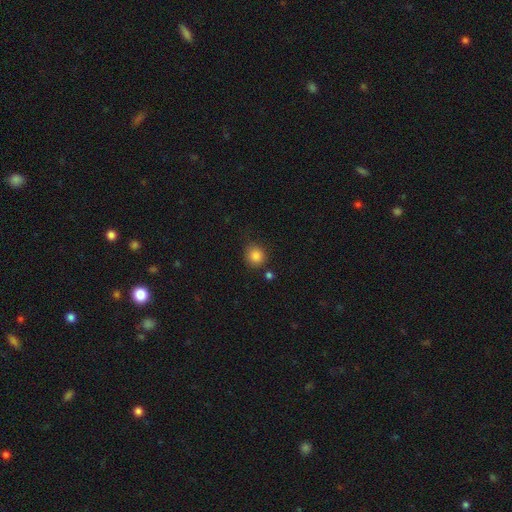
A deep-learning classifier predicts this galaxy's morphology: Overall: smooth (85%). How rounded: round (88%). Merging: none (78%).